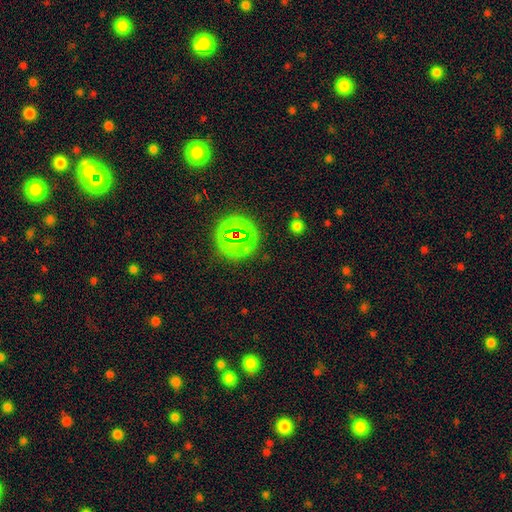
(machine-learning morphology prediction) Smooth or featured? star or artifact (66%)